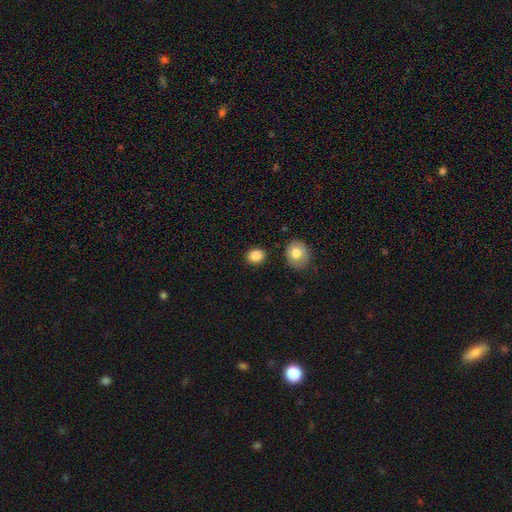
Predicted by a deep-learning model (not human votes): Q: Smooth or featured?
A: smooth (85%); runner-up: star or artifact (9%)
Q: How rounded?
A: round (62%); runner-up: in between (37%)
Q: Merging?
A: none (86%); runner-up: minor disturbance (8%)